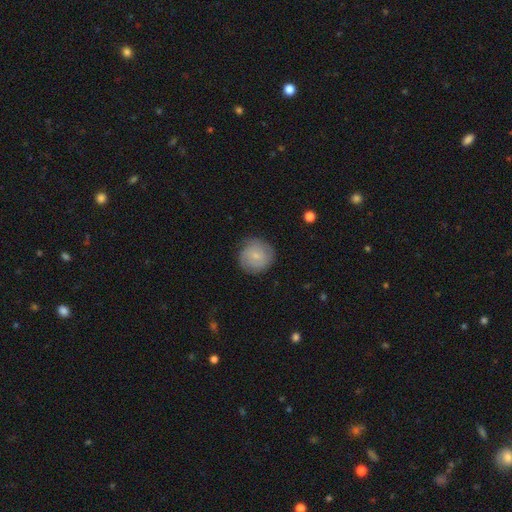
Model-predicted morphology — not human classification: Overall: smooth (61%; featured or disk 32%). How rounded: round (92%). Merging: none (80%).